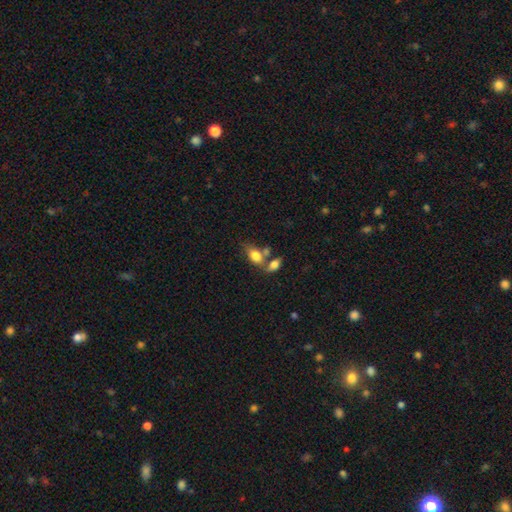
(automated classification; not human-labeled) smooth_or_featured: smooth (p=0.78) [alt: featured or disk p=0.15]
how_rounded: in between (p=0.83) [alt: round p=0.12]
merging: merger (p=0.41) [alt: none p=0.39]